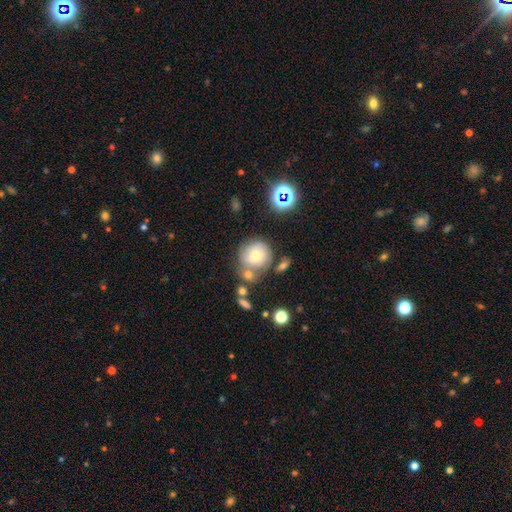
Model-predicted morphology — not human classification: This appears to be a smooth galaxy with no disk features (58%) that is round (87%). Merging: none (56%).